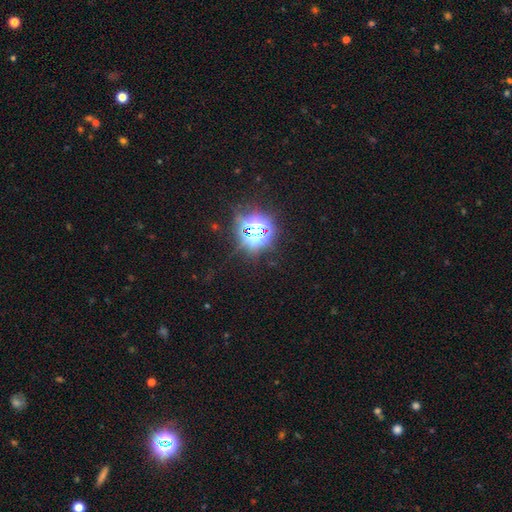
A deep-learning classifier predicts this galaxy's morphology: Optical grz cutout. It shows a star or artifact, not a galaxy (77%).